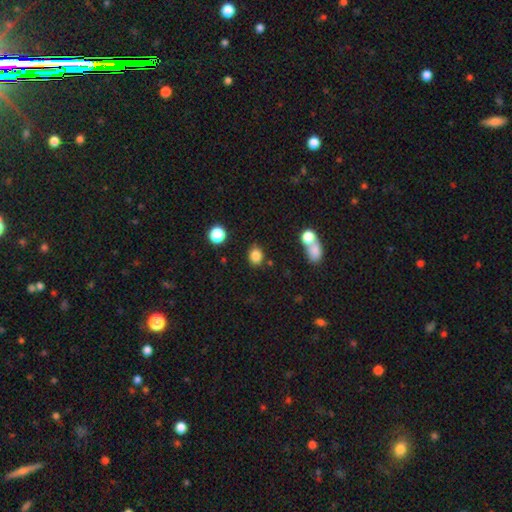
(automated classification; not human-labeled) Q: Smooth or featured?
A: smooth (84%); runner-up: star or artifact (11%)
Q: How rounded?
A: round (53%); runner-up: in between (46%)
Q: Merging?
A: none (79%); runner-up: minor disturbance (11%)